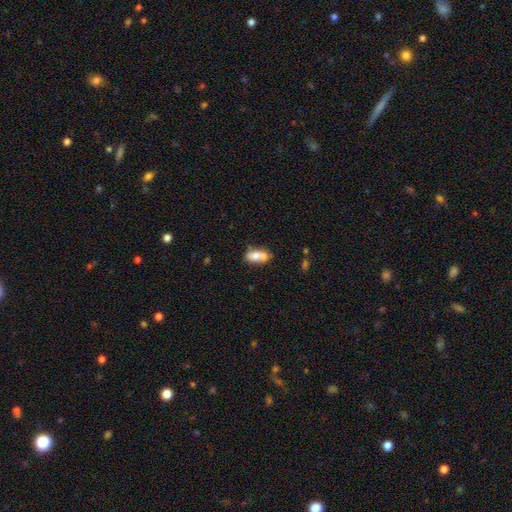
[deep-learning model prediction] Overall: smooth (67%). How rounded: in between (85%). Merging: none (47%; merger 26%).